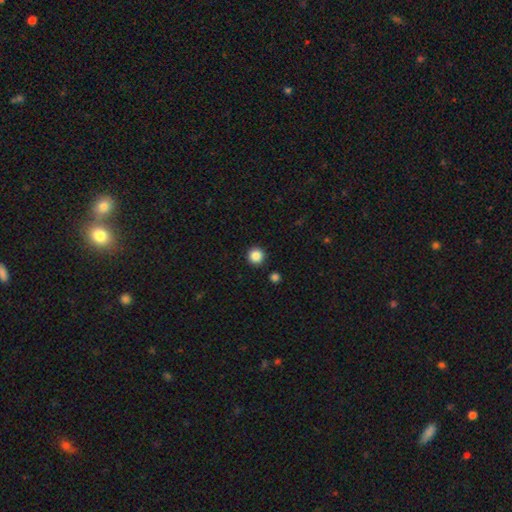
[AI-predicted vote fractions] Smooth or featured: smooth — 87% (star or artifact — 11%)
How rounded: round — 96% (in between — 3%)
Merging: none — 91% (minor disturbance — 5%)